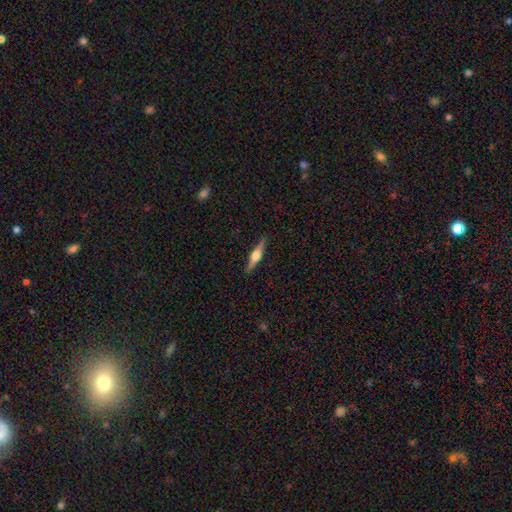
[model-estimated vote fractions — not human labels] featured or disk 75%, smooth 20%, star or artifact 6%. Down the decision tree: edge-on disk — yes (98%); edge-on bulge — rounded (92%); merging — none (91%).